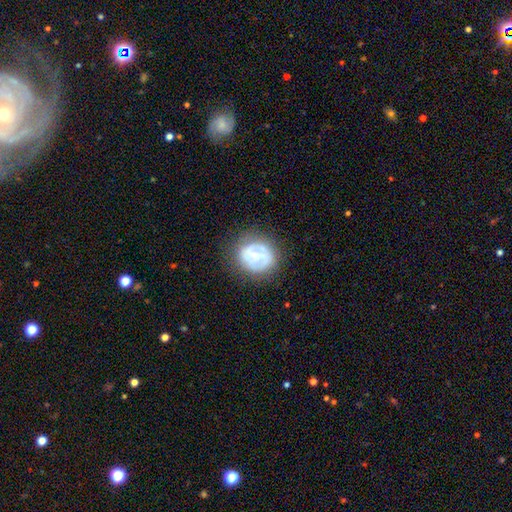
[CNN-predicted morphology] This appears to be a featured or disk galaxy (57%) with a weak bar (38%), no spiral arms (57%) and a small central bulge (52%). Merging: none (72%).